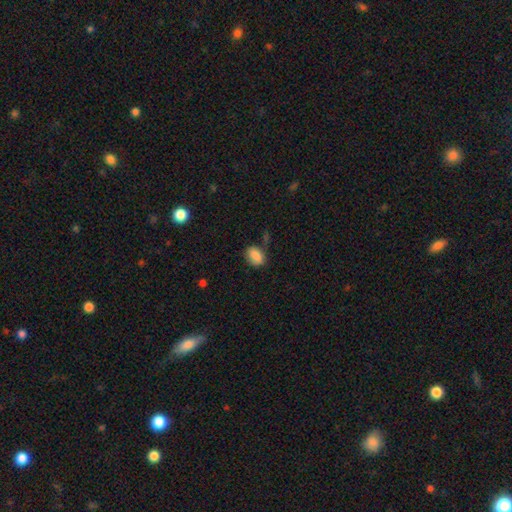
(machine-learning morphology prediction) Smooth or featured: smooth — 84% (star or artifact — 9%)
How rounded: in between — 74% (round — 25%)
Merging: none — 66% (minor disturbance — 22%)